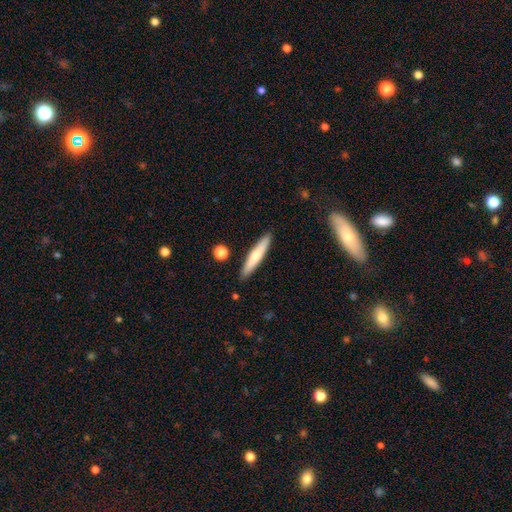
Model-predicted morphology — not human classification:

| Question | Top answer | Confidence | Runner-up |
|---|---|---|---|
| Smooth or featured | smooth | 61% | featured or disk (33%) |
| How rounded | cigar-shaped | 91% | in between (8%) |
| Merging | none | 89% | minor disturbance (8%) |